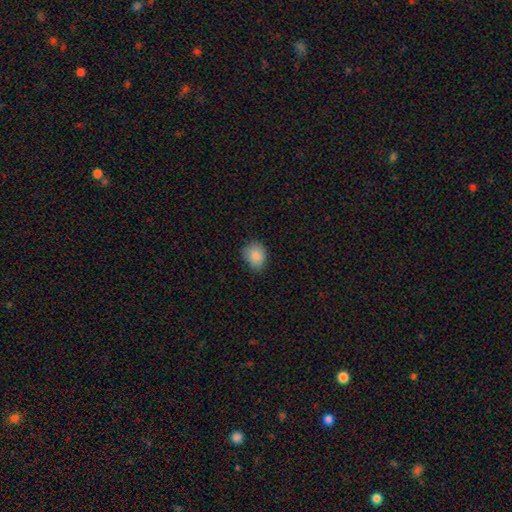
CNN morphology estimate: This is clearly a smooth galaxy (86%). How rounded: possibly round (57%). Merging: likely none (74%).